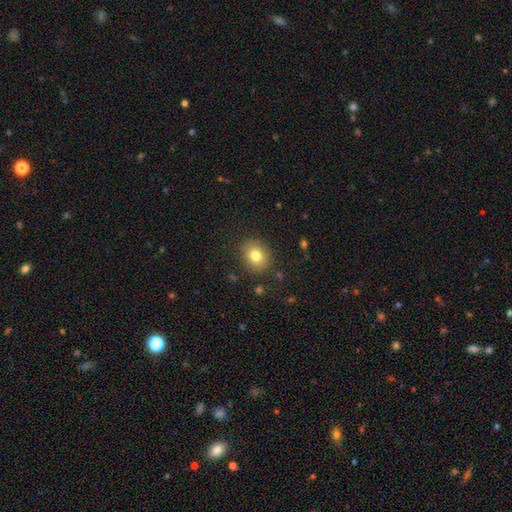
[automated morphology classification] smooth-or-featured: smooth: 79% | featured or disk: 11% | star or artifact: 10%
  how-rounded: round: 58% | in between: 41% | cigar-shaped: 1%
  merging: none: 86% | minor disturbance: 9% | major disturbance: 3% | merger: 1%